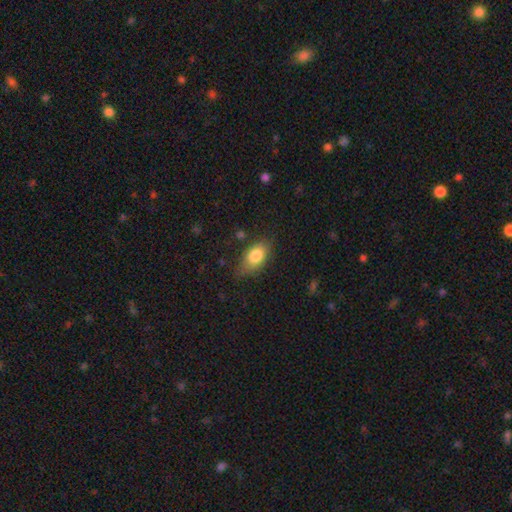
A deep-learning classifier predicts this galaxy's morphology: smooth 81%, featured or disk 12%, star or artifact 8%. Down the decision tree: how rounded — in between (86%); merging — none (71%).